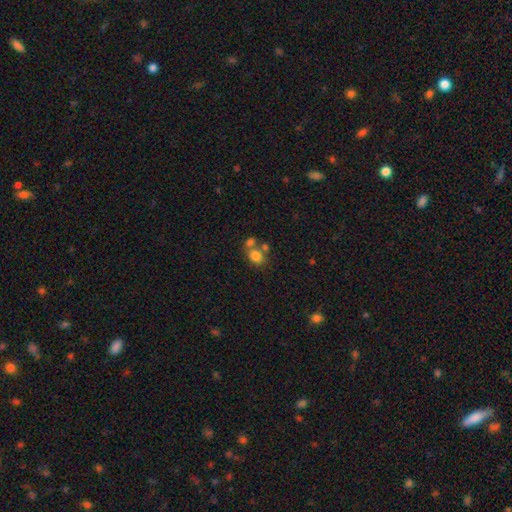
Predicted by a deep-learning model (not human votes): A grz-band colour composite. It shows a smooth galaxy with no disk features (78%) that is in between round and cigar-shaped (51%). Merging: none (47%).